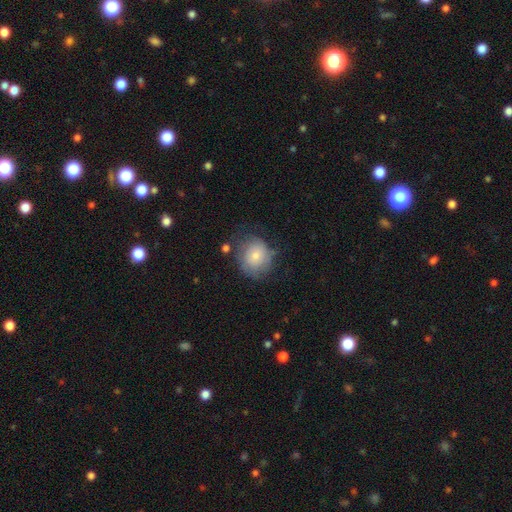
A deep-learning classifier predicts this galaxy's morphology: smooth_or_featured: smooth (p=0.70) [alt: featured or disk p=0.22]
how_rounded: round (p=0.72) [alt: in between p=0.27]
merging: none (p=0.55) [alt: minor disturbance p=0.28]